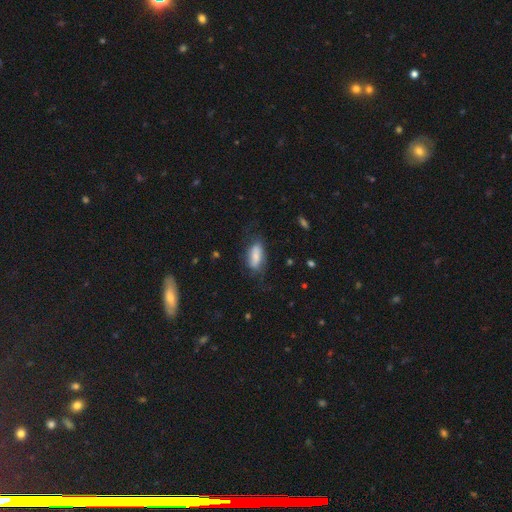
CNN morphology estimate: Q: Smooth or featured?
A: smooth (70%); runner-up: featured or disk (23%)
Q: How rounded?
A: in between (79%); runner-up: cigar-shaped (18%)
Q: Merging?
A: none (60%); runner-up: minor disturbance (25%)